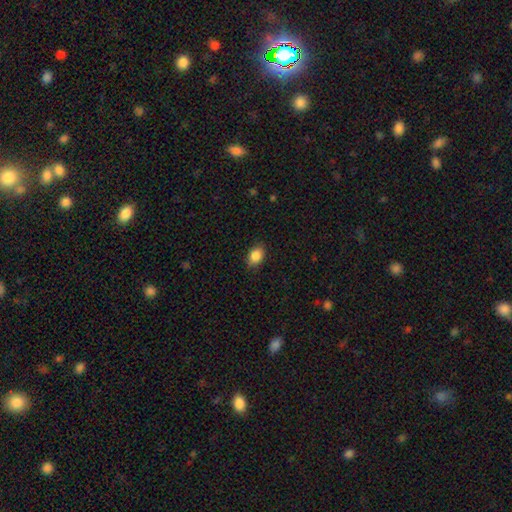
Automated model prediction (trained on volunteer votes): The model was most divided on "how rounded": in between: 77%, round: 21%, cigar-shaped: 1%. More confident: smooth or featured — smooth (88%); merging — none (84%).